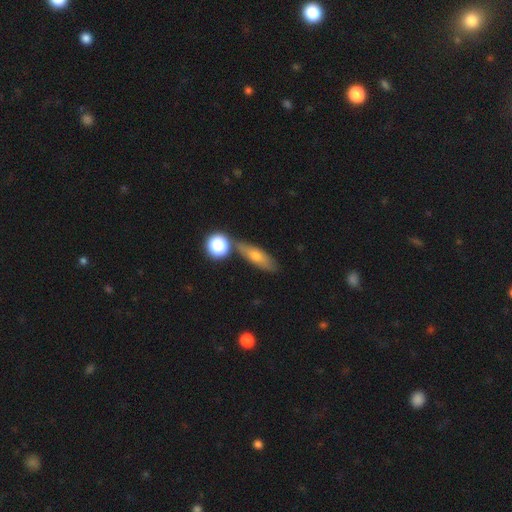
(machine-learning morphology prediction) A smooth galaxy with no disk features (61%) that is cigar-shaped (46%, tied with in between).

Vote fractions:
- Smooth or featured? smooth: 61% / featured or disk: 28% / star or artifact: 11%
- How rounded? cigar-shaped: 46% (tied) / in between: 46% (tied) / round: 8%
- Merging? none: 73% / minor disturbance: 13% / merger: 10% / major disturbance: 4%